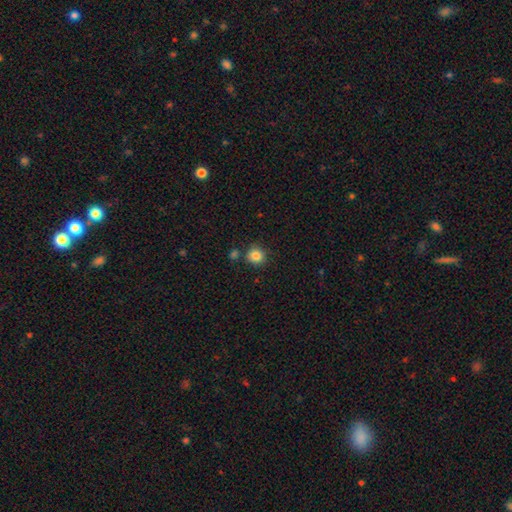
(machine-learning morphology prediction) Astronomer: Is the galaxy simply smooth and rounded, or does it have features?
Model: smooth — 85%.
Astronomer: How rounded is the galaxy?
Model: round — 89%.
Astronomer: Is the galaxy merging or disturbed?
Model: none — 81%.